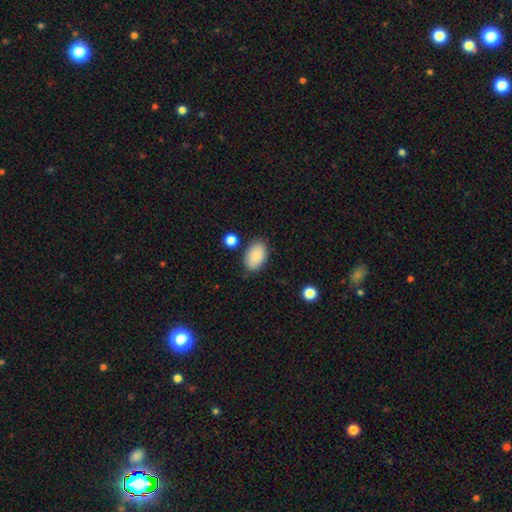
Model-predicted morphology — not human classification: This is clearly a smooth galaxy (89%). How rounded: clearly in between (92%). Merging: clearly none (82%).